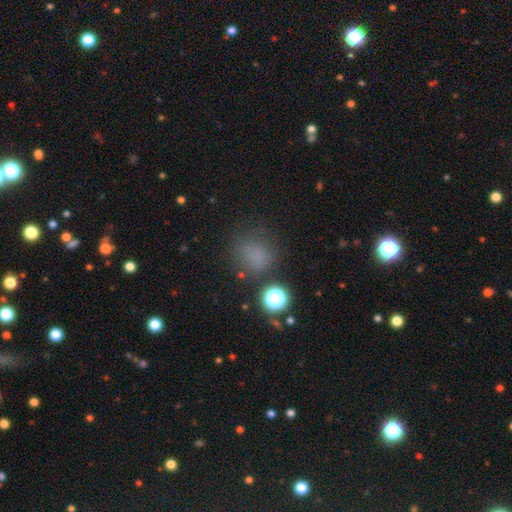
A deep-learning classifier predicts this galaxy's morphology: smooth-or-featured: smooth: 67% | star or artifact: 25% | featured or disk: 8%
  how-rounded: round: 76% | in between: 22% | cigar-shaped: 1%
  merging: none: 70% | minor disturbance: 16% | major disturbance: 10% | merger: 4%